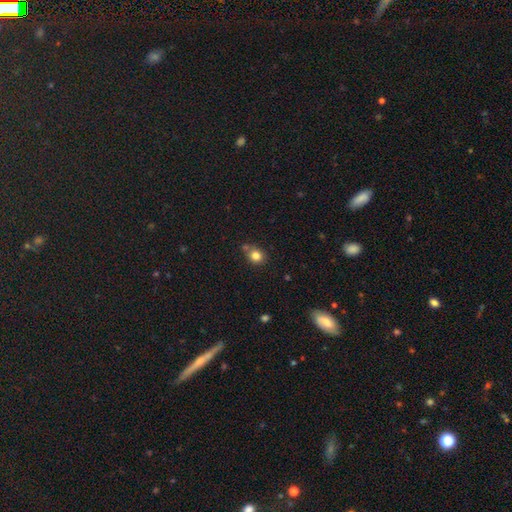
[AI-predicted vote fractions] This is clearly a smooth galaxy (81%). How rounded: likely round (75%). Merging: likely none (66%).